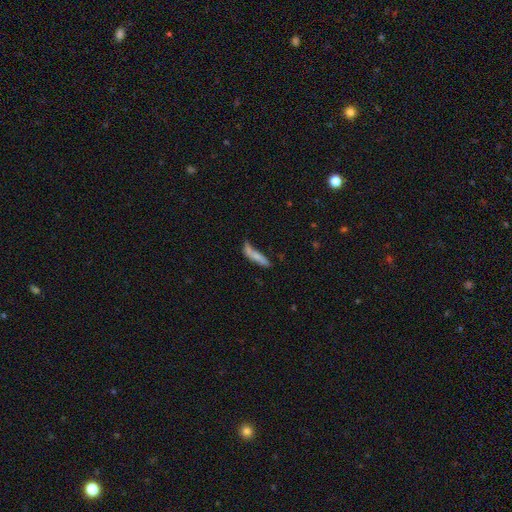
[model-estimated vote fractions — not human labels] A smooth galaxy with no disk features (69%) that is cigar-shaped (79%). Merging: none (46%).